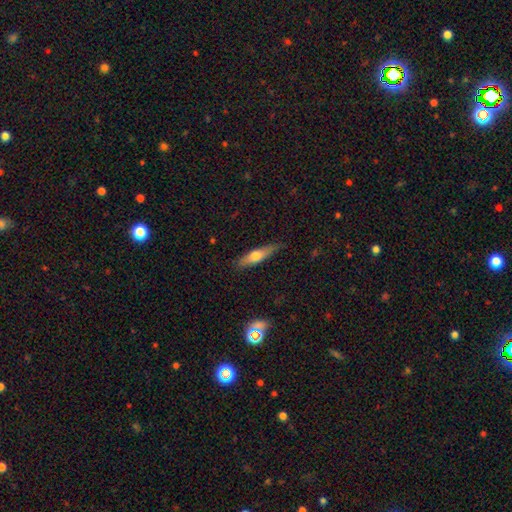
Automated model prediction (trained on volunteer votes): smooth_or_featured: smooth (p=0.56) [alt: featured or disk p=0.38]
how_rounded: cigar-shaped (p=0.71) [alt: in between p=0.27]
merging: none (p=0.81) [alt: minor disturbance p=0.15]